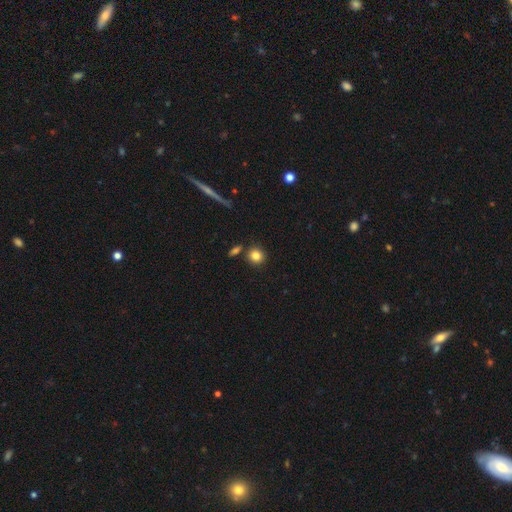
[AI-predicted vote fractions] smooth 82%, star or artifact 10%, featured or disk 7%. Down the decision tree: how rounded — round (88%); merging — none (80%).